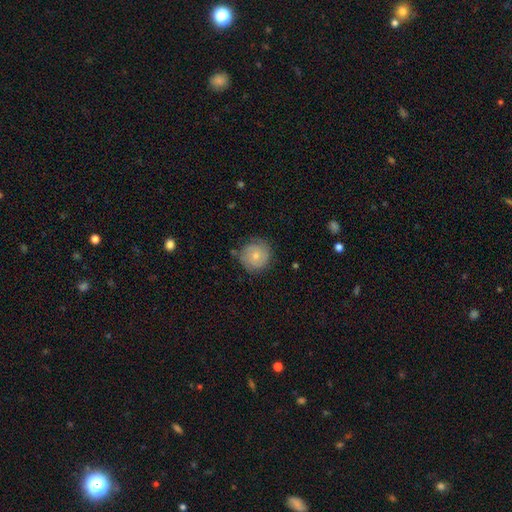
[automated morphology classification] A smooth galaxy with no disk features (60%) that is round (93%). Merging: none (75%).